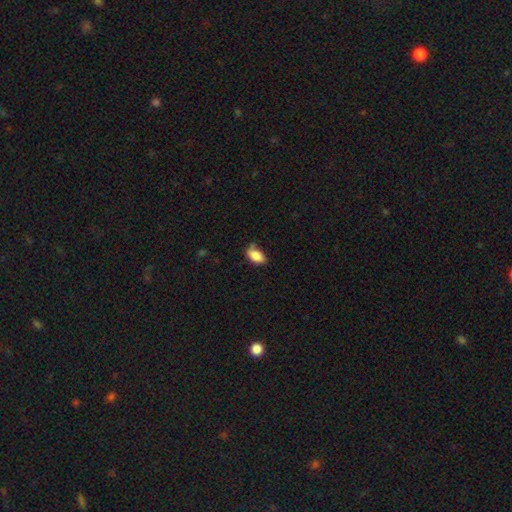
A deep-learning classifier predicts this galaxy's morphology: Smooth or featured: smooth — 86% (star or artifact — 7%)
How rounded: in between — 92% (round — 5%)
Merging: none — 55% (minor disturbance — 33%)